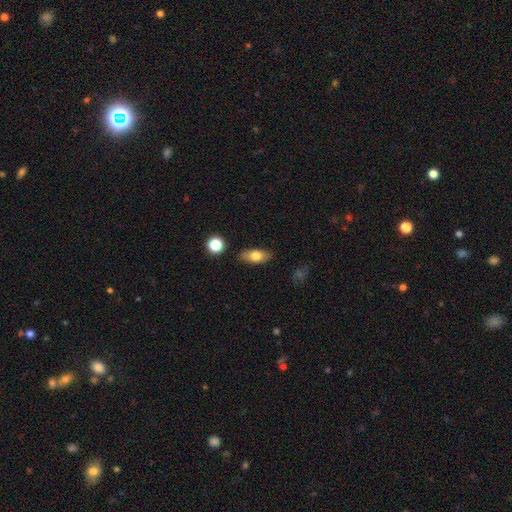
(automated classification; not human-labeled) Smooth or featured?
  - smooth: 74% *
  - featured or disk: 18%
  - star or artifact: 8%
How rounded?
  - in between: 83% *
  - cigar-shaped: 11%
  - round: 6%
Merging?
  - none: 85% *
  - minor disturbance: 11%
  - major disturbance: 2%
  - merger: 2%